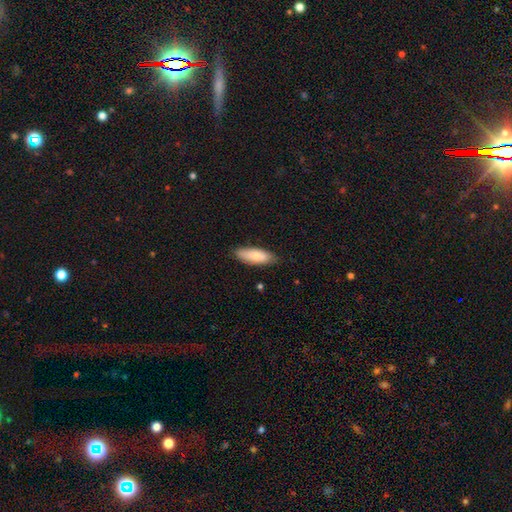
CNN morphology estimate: smooth_or_featured: smooth (p=0.80) [alt: featured or disk p=0.14]
how_rounded: in between (p=0.68) [alt: cigar-shaped p=0.30]
merging: none (p=0.82) [alt: minor disturbance p=0.14]